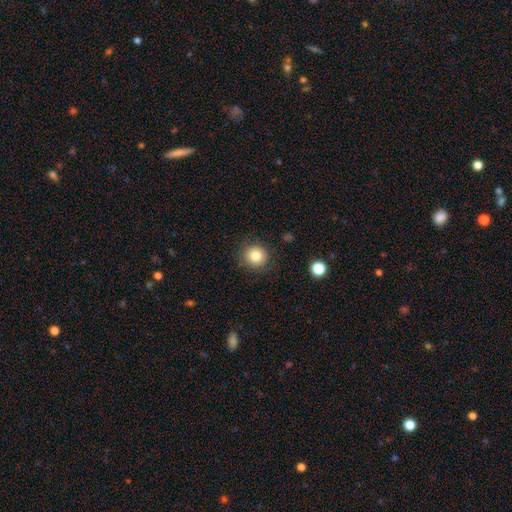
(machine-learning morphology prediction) Smooth or featured? Predicted: smooth (p=0.81). How rounded? Predicted: round (p=0.92). Merging? Predicted: none (p=0.87).